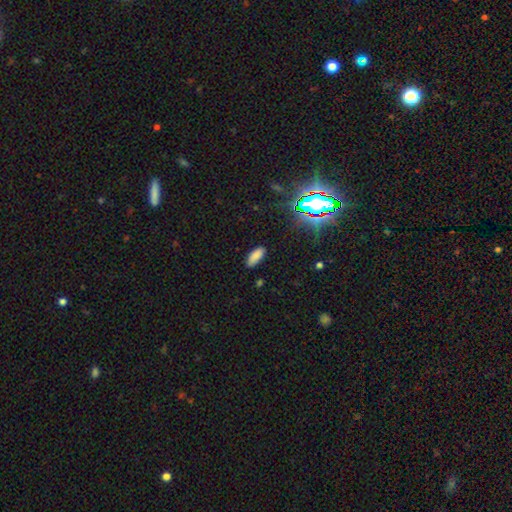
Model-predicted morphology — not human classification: This appears to be a smooth galaxy with no disk features (82%) that is in between round and cigar-shaped (83%). Merging: none (84%).